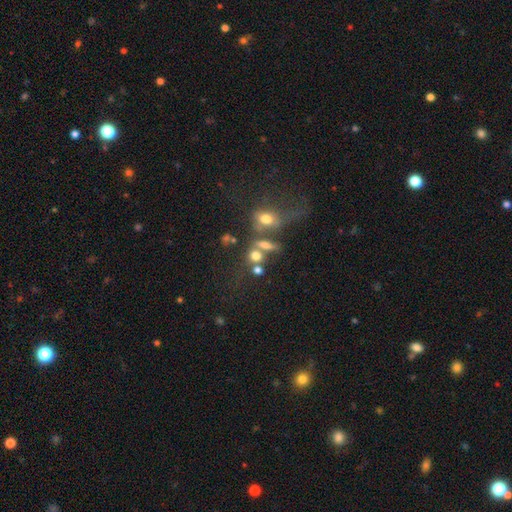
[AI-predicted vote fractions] This appears to be a smooth galaxy with no disk features (66%) that is round (58%). Merging: merger (39%, tied with none).